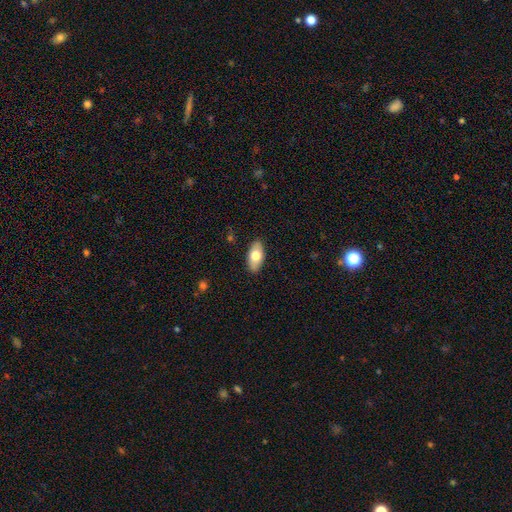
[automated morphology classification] type=smooth (71%); roundness=in between (91%); merging=none (89%).